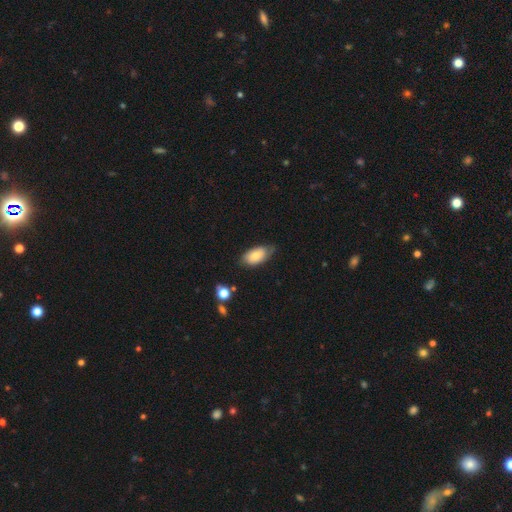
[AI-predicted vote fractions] Smooth or featured? Predicted: smooth (p=0.75). How rounded? Predicted: in between (p=0.93). Merging? Predicted: none (p=0.61).